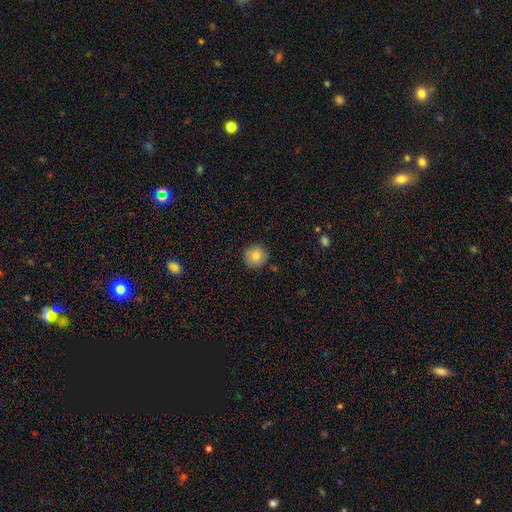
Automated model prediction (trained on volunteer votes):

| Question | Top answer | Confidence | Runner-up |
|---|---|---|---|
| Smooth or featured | smooth | 81% | featured or disk (10%) |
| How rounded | round | 92% | in between (7%) |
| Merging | none | 88% | minor disturbance (9%) |